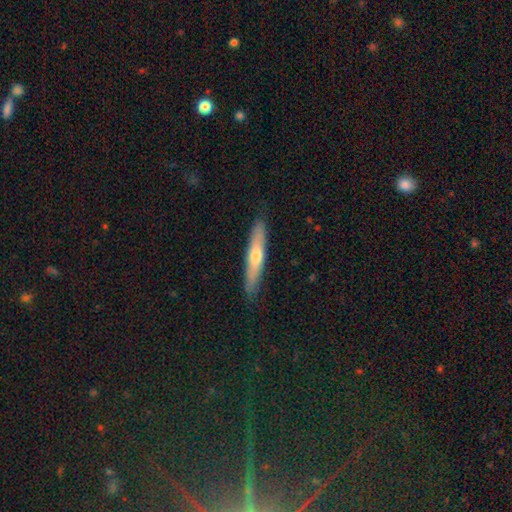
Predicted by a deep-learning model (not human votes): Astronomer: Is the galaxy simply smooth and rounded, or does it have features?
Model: smooth — 54% (runner-up: featured or disk, 40%).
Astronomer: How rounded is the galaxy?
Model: cigar-shaped — 88%.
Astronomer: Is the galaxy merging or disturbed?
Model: none — 88%.